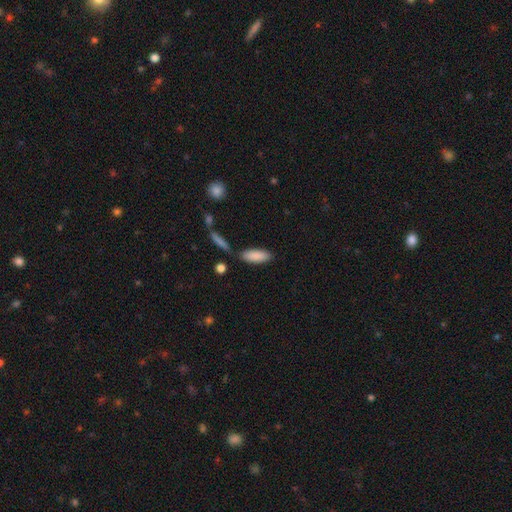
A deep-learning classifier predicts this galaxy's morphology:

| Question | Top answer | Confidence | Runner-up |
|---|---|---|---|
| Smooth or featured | smooth | 87% | featured or disk (7%) |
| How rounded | in between | 70% | cigar-shaped (28%) |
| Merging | none | 75% | minor disturbance (13%) |